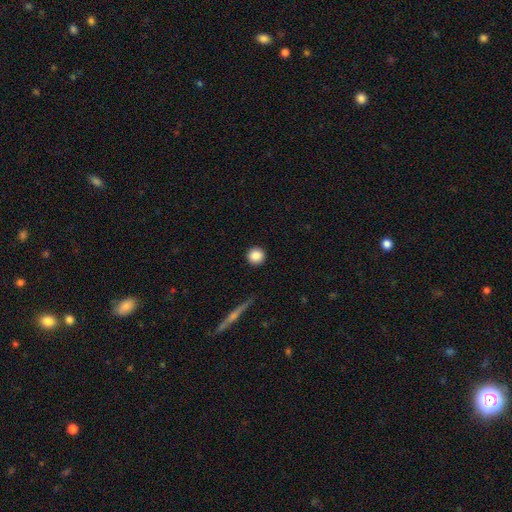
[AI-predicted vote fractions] smooth 87%, star or artifact 8%, featured or disk 5%. Down the decision tree: how rounded — round (95%); merging — none (92%).